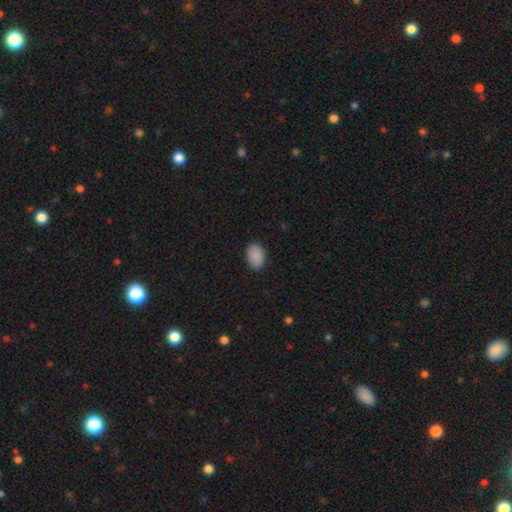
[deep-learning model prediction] A smooth galaxy with no disk features (90%) that is in between round and cigar-shaped (81%).

Vote fractions:
- Smooth or featured? smooth: 90% / star or artifact: 7% / featured or disk: 3%
- How rounded? in between: 81% / round: 18% / cigar-shaped: 1%
- Merging? none: 86% / minor disturbance: 11% / major disturbance: 2% / merger: 1%